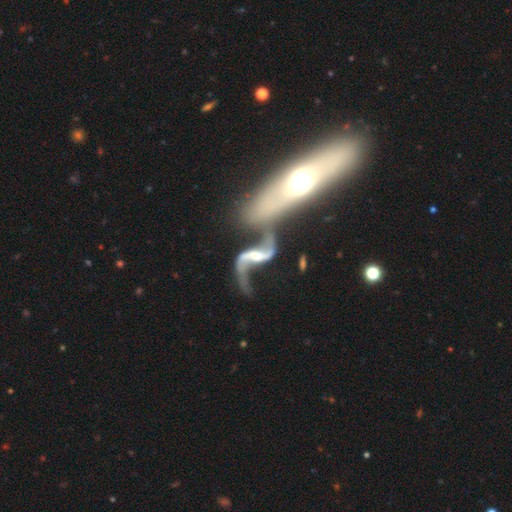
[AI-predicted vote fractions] Q: Smooth or featured?
A: featured or disk (89%); runner-up: smooth (6%)
Q: Edge-on disk?
A: no (94%); runner-up: yes (6%)
Q: Bar?
A: weak (39%); runner-up: strong (36%)
Q: Spiral arms?
A: yes (93%); runner-up: no (7%)
Q: Spiral winding?
A: loose (92%); runner-up: medium (6%)
Q: Spiral arm count?
A: 2 (93%); runner-up: 1 (3%)
Q: Bulge size?
A: moderate (39%); runner-up: small (37%)
Q: Merging?
A: merger (41%); runner-up: none (33%)